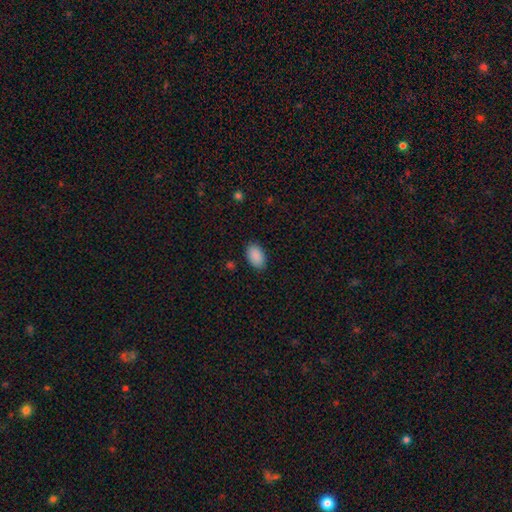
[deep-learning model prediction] smooth-or-featured: smooth: 90% | star or artifact: 7% | featured or disk: 3%
  how-rounded: in between: 92% | round: 6% | cigar-shaped: 1%
  merging: none: 87% | minor disturbance: 10% | major disturbance: 2% | merger: 1%